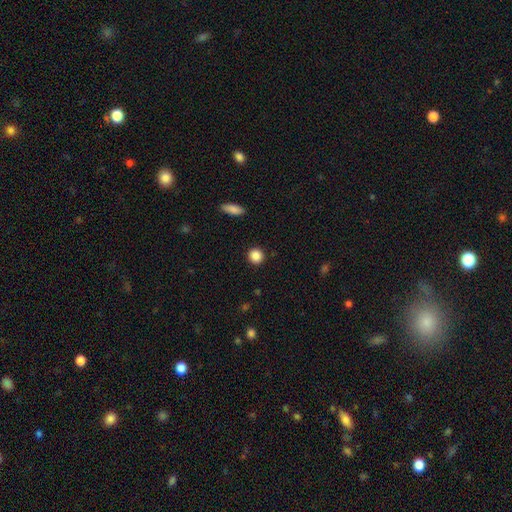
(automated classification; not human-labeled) smooth 88%, star or artifact 9%, featured or disk 3%. Down the decision tree: how rounded — round (92%); merging — none (92%).